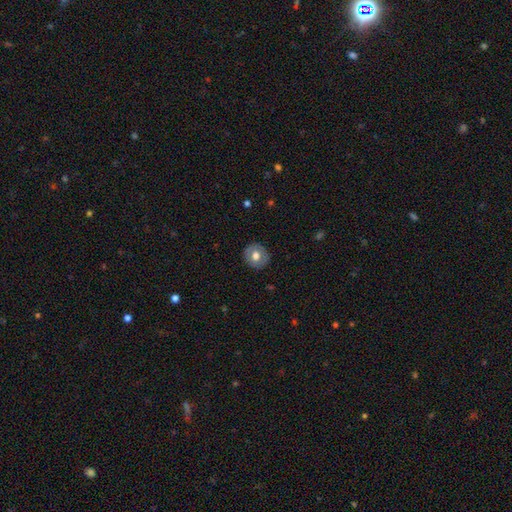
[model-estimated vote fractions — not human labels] A smooth galaxy with no disk features (63%) that is round (83%).

Vote fractions:
- Smooth or featured? smooth: 63% / featured or disk: 30% / star or artifact: 7%
- How rounded? round: 83% / in between: 16% / cigar-shaped: 1%
- Merging? none: 87% / minor disturbance: 9% / major disturbance: 2% / merger: 1%